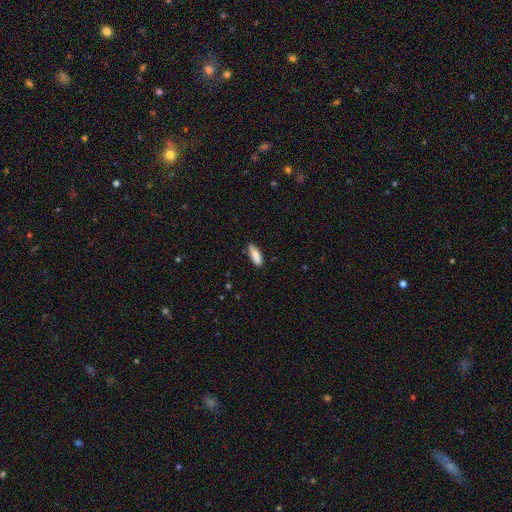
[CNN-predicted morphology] smooth-or-featured: smooth: 88% | star or artifact: 6% | featured or disk: 6%
  how-rounded: in between: 61% | cigar-shaped: 37% | round: 2%
  merging: none: 78% | minor disturbance: 18% | major disturbance: 3% | merger: 1%